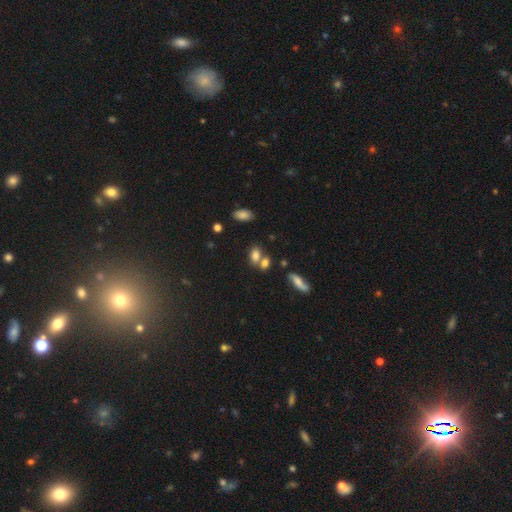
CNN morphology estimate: Smooth or featured? Predicted: smooth (p=0.76). How rounded? Predicted: in between (p=0.80). Merging? Predicted: none (p=0.46).